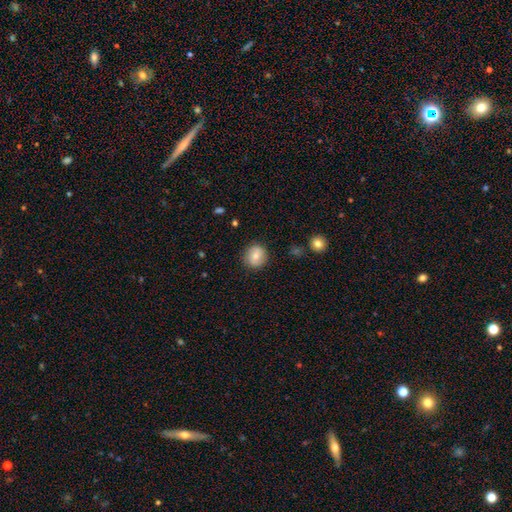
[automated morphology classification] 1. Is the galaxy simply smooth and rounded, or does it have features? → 71% smooth, 20% featured or disk, 8% star or artifact.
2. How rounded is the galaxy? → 86% round, 13% in between, 1% cigar-shaped.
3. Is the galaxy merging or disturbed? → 87% none, 10% minor disturbance, 3% major disturbance, 1% merger.